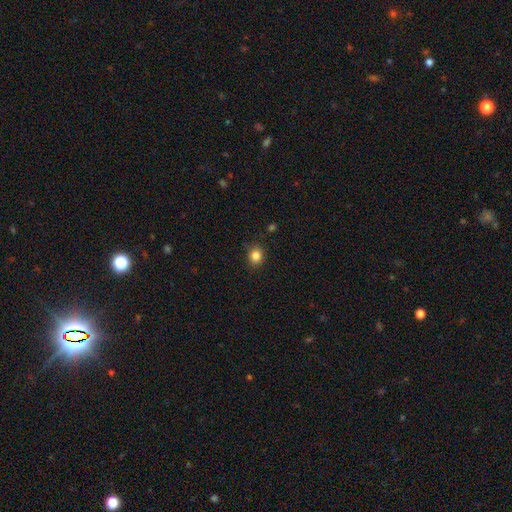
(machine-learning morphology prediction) smooth 85%, star or artifact 11%, featured or disk 4%. Down the decision tree: how rounded — round (72%); merging — none (87%).